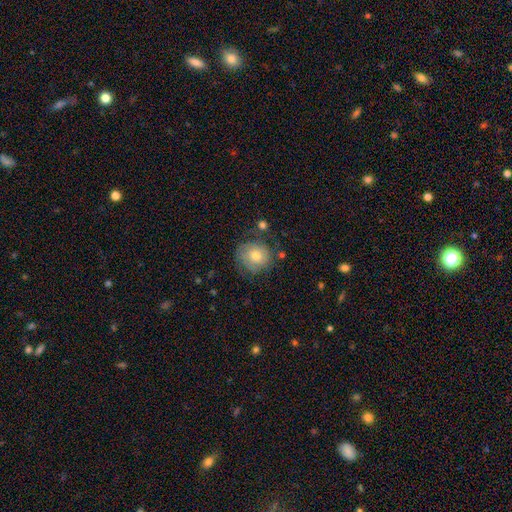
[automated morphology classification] Smooth or featured? smooth (56%)
How rounded? round (86%)
Merging? none (68%)